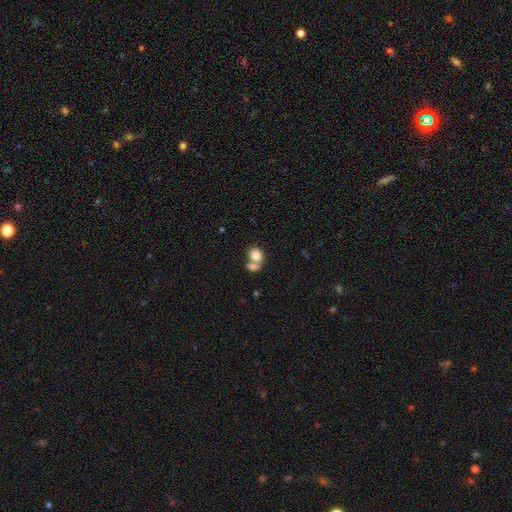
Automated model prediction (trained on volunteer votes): The model was most divided on "how rounded": round: 59%, in between: 40%, cigar-shaped: 1%. More confident: smooth or featured — smooth (81%); merging — merger (55%).